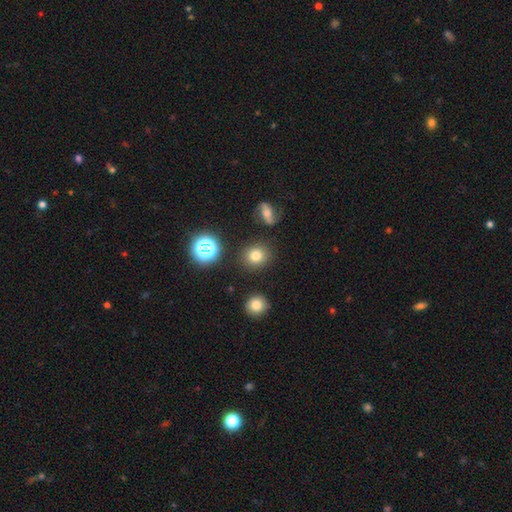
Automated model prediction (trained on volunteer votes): Smooth or featured: smooth — 76% (star or artifact — 16%)
How rounded: round — 81% (in between — 18%)
Merging: none — 86% (minor disturbance — 8%)